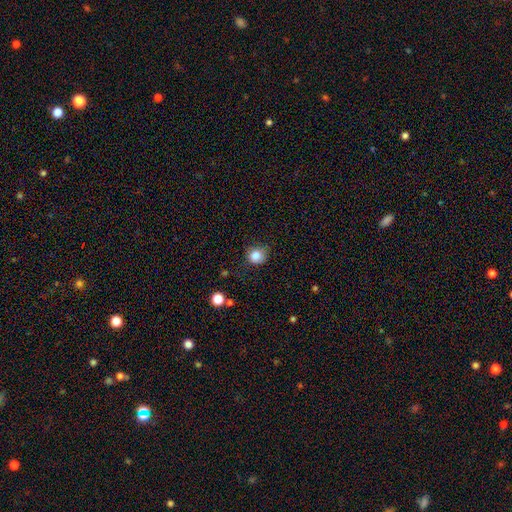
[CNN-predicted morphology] Overall: smooth (84%). How rounded: round (83%). Merging: none (72%).